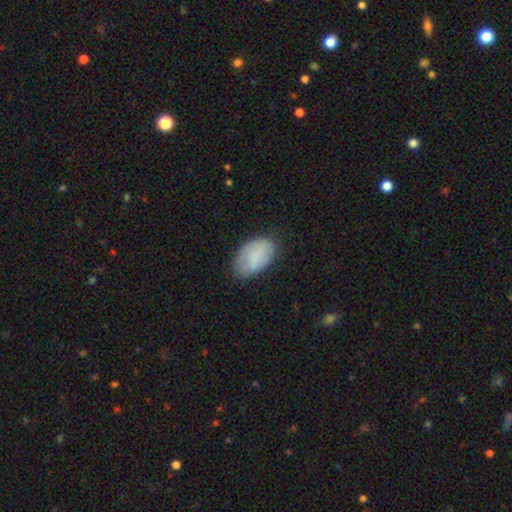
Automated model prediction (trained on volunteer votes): Smooth or featured: smooth — 78% (featured or disk — 15%)
How rounded: in between — 93% (round — 6%)
Merging: none — 72% (minor disturbance — 21%)